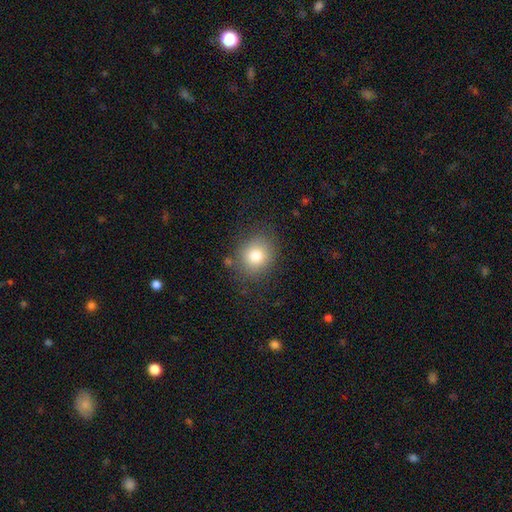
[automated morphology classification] This is likely a smooth galaxy (79%). How rounded: likely round (77%). Merging: clearly none (81%).